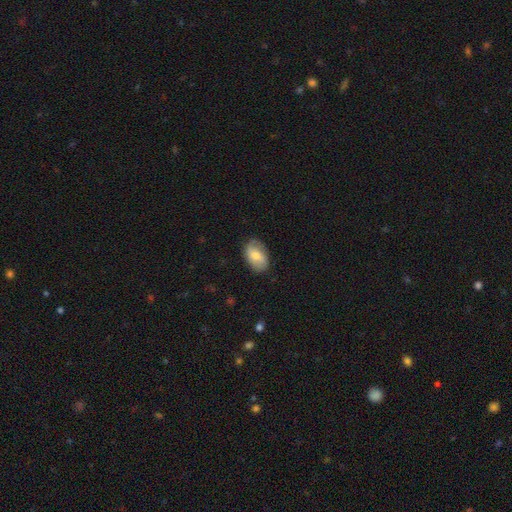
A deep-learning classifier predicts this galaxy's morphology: Smooth or featured? smooth (64%)
How rounded? in between (90%)
Merging? none (76%)